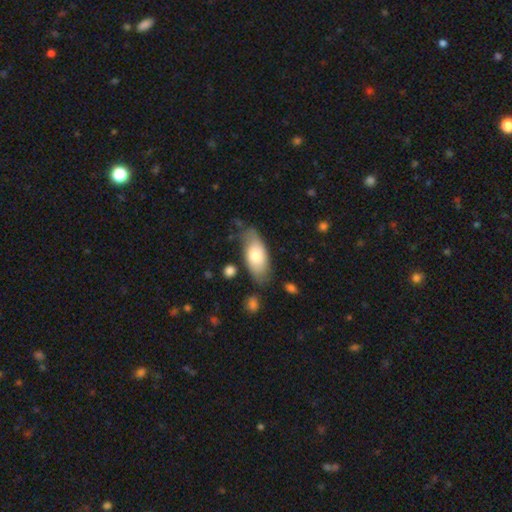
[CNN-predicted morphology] This appears to be a smooth galaxy with no disk features (71%) that is in between round and cigar-shaped (88%). Merging: none (69%).